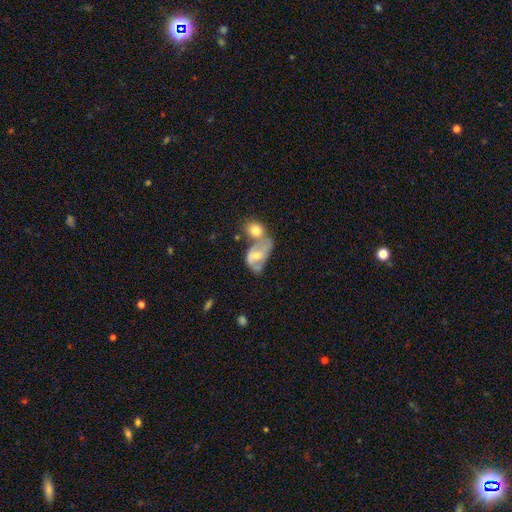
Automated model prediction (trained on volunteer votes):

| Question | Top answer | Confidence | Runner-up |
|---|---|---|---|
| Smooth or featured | featured or disk | 49% | smooth (43%) |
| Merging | merger | 57% | none (18%) |